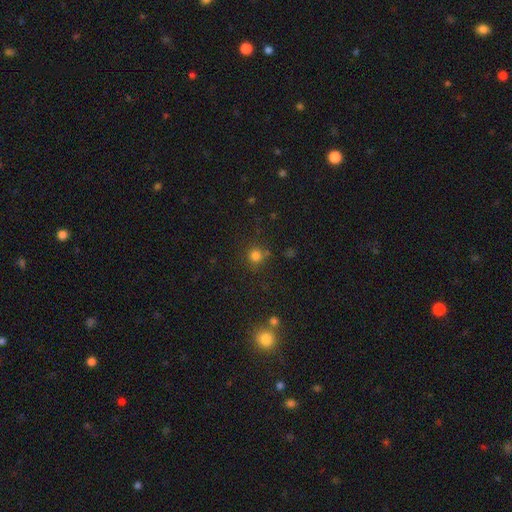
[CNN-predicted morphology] This is likely a smooth galaxy (78%). How rounded: clearly round (90%). Merging: likely none (74%).